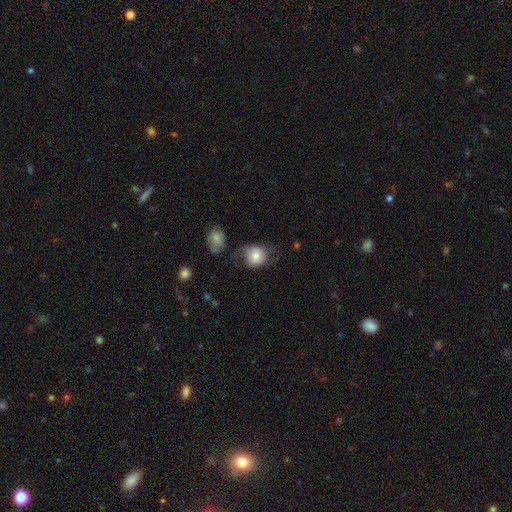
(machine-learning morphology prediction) A smooth galaxy with no disk features (70%) that is round (75%).

Vote fractions:
- Smooth or featured? smooth: 70% / featured or disk: 22% / star or artifact: 8%
- How rounded? round: 75% / in between: 24% / cigar-shaped: 1%
- Merging? none: 50% / minor disturbance: 26% / major disturbance: 18% / merger: 6%